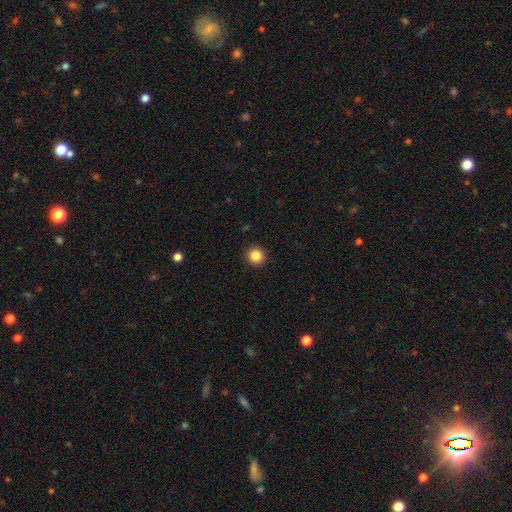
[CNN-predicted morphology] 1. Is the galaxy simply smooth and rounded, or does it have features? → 87% smooth, 10% star or artifact, 3% featured or disk.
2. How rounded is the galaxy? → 96% round, 3% in between, 1% cigar-shaped.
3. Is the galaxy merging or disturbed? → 93% none, 5% minor disturbance, 2% major disturbance, 1% merger.